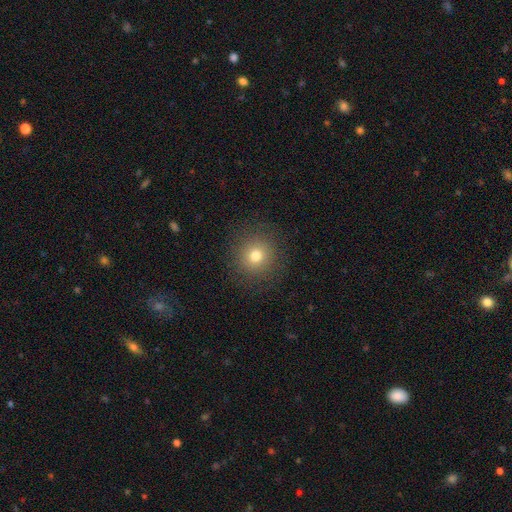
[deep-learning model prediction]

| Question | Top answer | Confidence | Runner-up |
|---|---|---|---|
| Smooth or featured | smooth | 75% | star or artifact (15%) |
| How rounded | round | 93% | in between (6%) |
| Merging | none | 88% | minor disturbance (7%) |